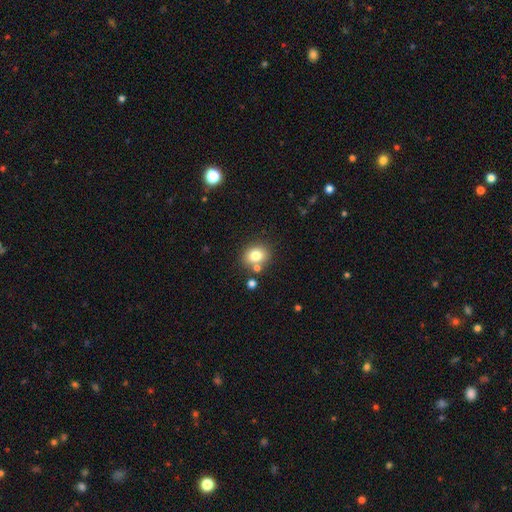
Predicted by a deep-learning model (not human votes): The model was most divided on "how rounded": round: 63%, in between: 36%, cigar-shaped: 1%. More confident: smooth or featured — smooth (78%); merging — none (72%).